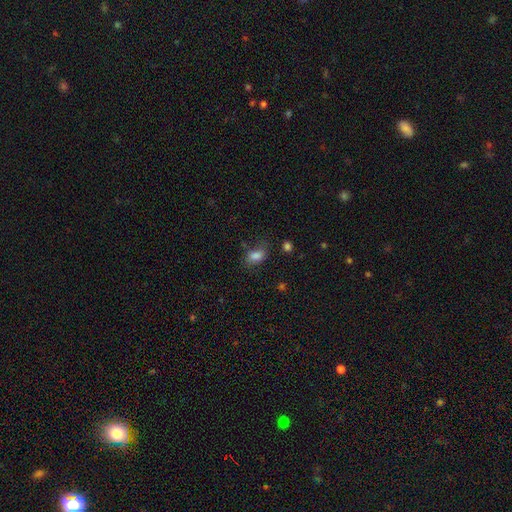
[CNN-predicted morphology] This appears to be a smooth galaxy with no disk features (81%) that is in between round and cigar-shaped (84%). Merging: none (59%).